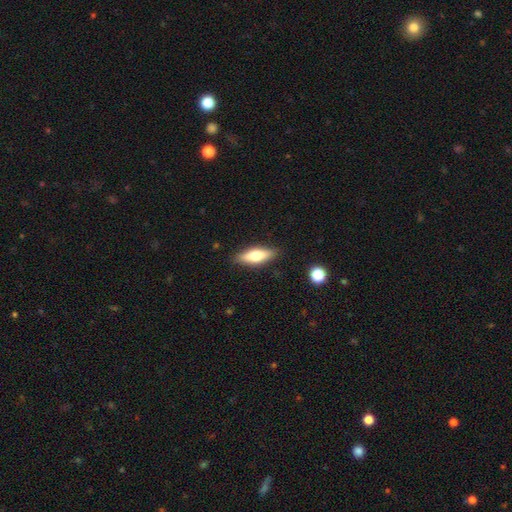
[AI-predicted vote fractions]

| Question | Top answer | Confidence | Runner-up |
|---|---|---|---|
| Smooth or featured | smooth | 61% | featured or disk (33%) |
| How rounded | in between | 55% | cigar-shaped (42%) |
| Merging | none | 87% | minor disturbance (9%) |